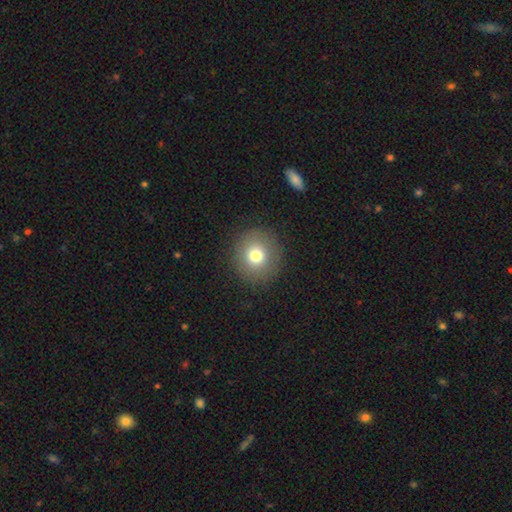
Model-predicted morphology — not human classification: Q: Smooth or featured?
A: smooth (76%); runner-up: featured or disk (13%)
Q: How rounded?
A: round (90%); runner-up: in between (9%)
Q: Merging?
A: none (89%); runner-up: minor disturbance (7%)